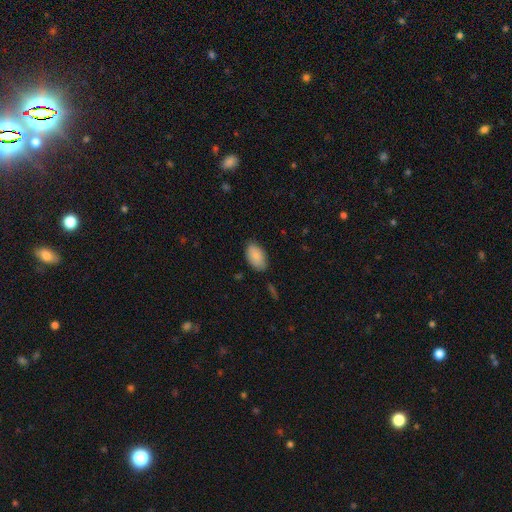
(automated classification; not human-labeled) This is clearly a smooth galaxy (87%). How rounded: clearly in between (94%). Merging: clearly none (80%).